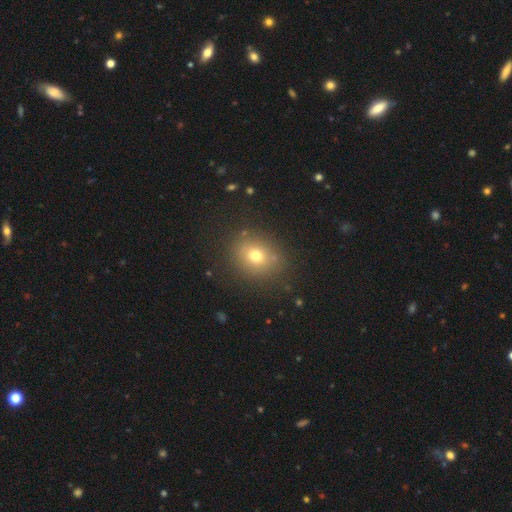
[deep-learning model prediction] Overall: smooth (71%). How rounded: round (68%; in between 31%). Merging: none (84%).